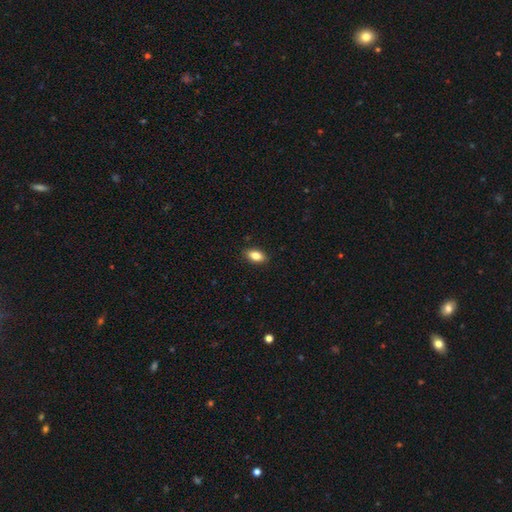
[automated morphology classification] A smooth galaxy with no disk features (84%) that is in between round and cigar-shaped (89%). Merging: none (89%).